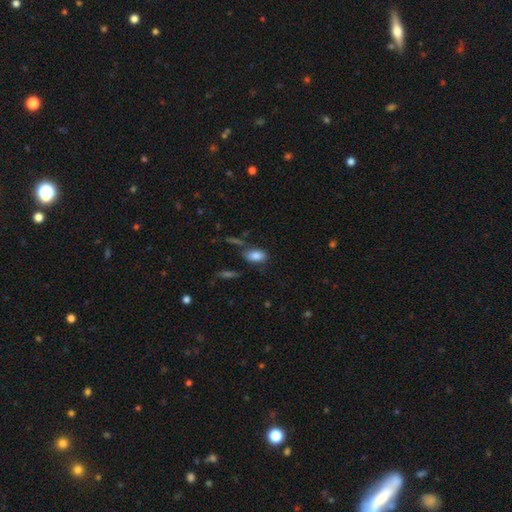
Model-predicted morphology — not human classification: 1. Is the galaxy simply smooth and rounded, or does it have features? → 84% smooth, 8% star or artifact, 7% featured or disk.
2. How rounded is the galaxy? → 91% in between, 6% round, 3% cigar-shaped.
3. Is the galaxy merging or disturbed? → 66% none, 20% minor disturbance, 7% merger, 6% major disturbance.